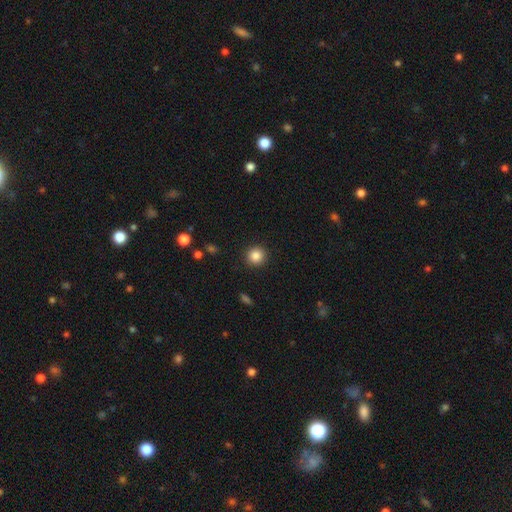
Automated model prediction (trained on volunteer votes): A smooth galaxy with no disk features (86%) that is round (94%). Merging: none (92%).